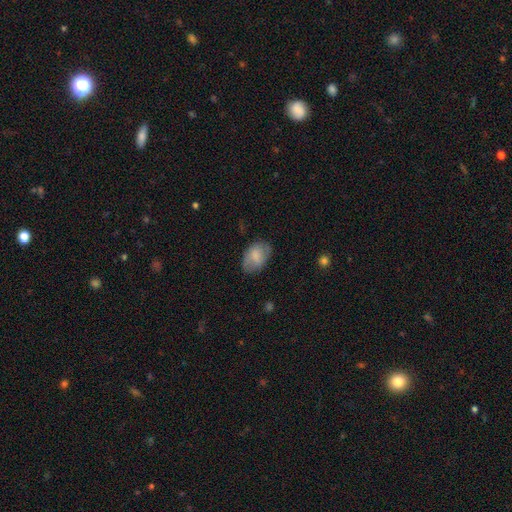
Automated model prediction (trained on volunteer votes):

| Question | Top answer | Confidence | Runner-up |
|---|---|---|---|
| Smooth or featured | smooth | 75% | featured or disk (18%) |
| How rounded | in between | 88% | round (10%) |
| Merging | none | 69% | minor disturbance (23%) |